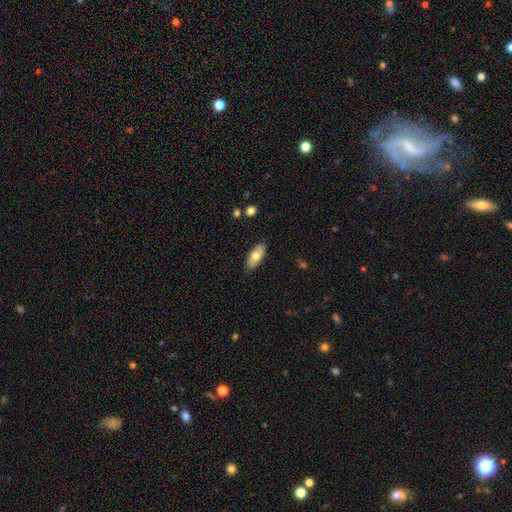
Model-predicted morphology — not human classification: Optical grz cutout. It shows a smooth galaxy with no disk features (66%) that is in between round and cigar-shaped (86%). Merging: none (83%).